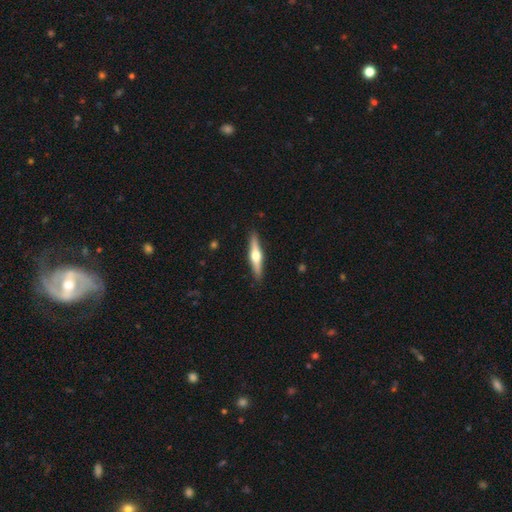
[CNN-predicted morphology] Smooth or featured? featured or disk (67%)
Edge-on disk? yes (97%)
Edge-on bulge? rounded (95%)
Merging? none (91%)